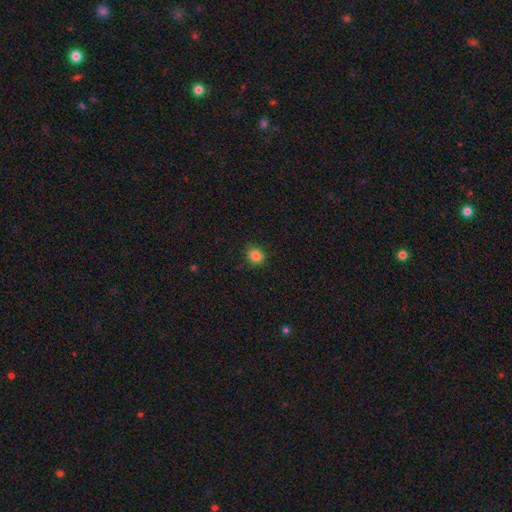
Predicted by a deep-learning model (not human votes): Smooth or featured? smooth (85%)
How rounded? round (79%)
Merging? none (88%)